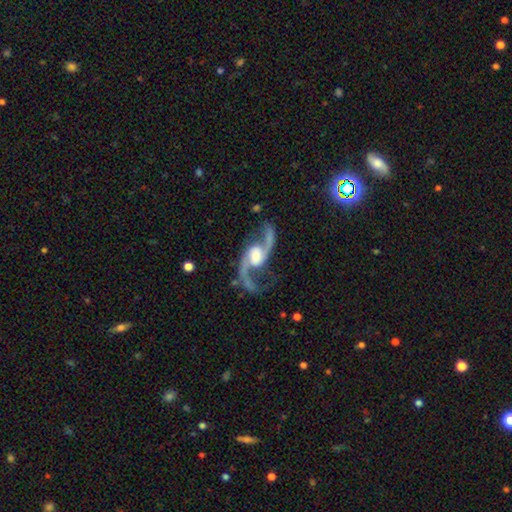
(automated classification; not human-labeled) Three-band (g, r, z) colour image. It shows a featured or disk galaxy (93%) with no bar (43%), 2 (95%) loose (67%) spiral arms (98%) and a moderate central bulge (50%). Merging: none (75%).